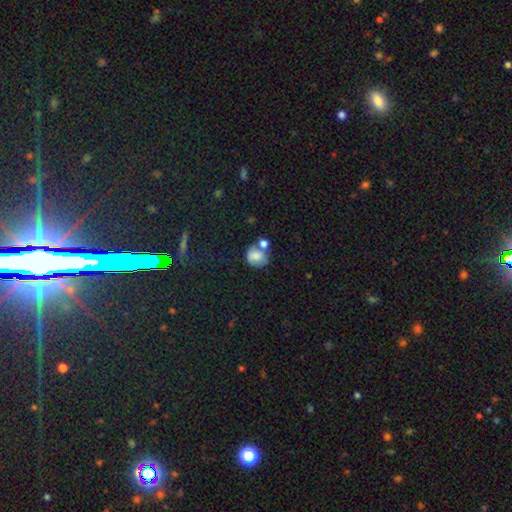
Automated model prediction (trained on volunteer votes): This appears to be a smooth galaxy with no disk features (74%) that is round (71%). Merging: none (41%).